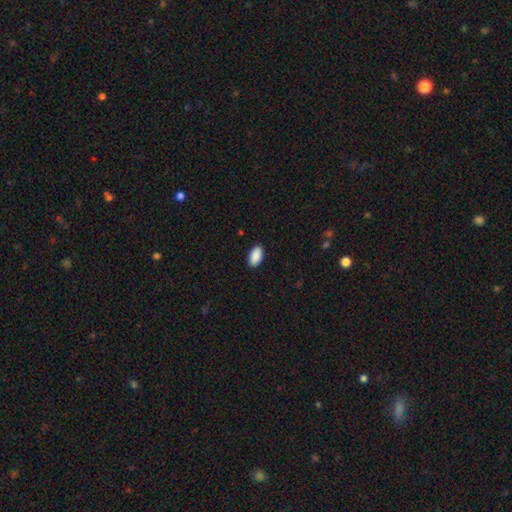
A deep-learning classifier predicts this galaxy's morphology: Overall: smooth (91%). How rounded: in between (95%). Merging: none (89%).